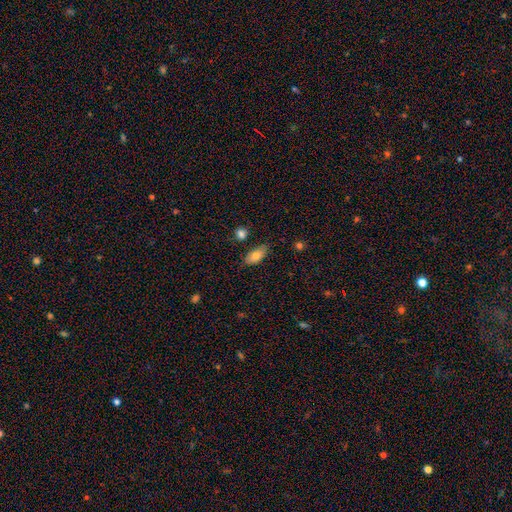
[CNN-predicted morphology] smooth_or_featured: smooth (p=0.77) [alt: featured or disk p=0.16]
how_rounded: in between (p=0.88) [alt: cigar-shaped p=0.08]
merging: none (p=0.76) [alt: minor disturbance p=0.17]